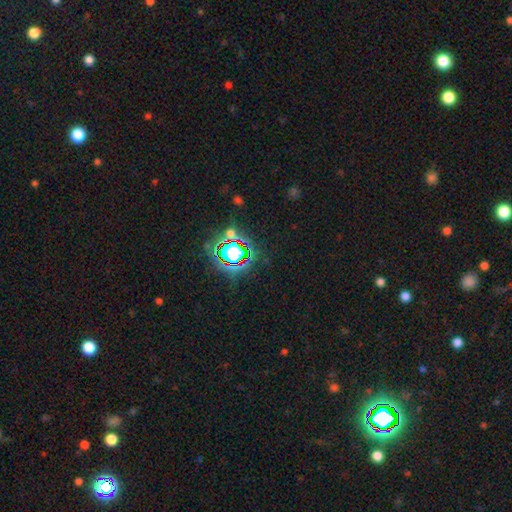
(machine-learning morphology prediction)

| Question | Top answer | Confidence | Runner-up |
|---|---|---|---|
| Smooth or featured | star or artifact | 81% | smooth (11%) |